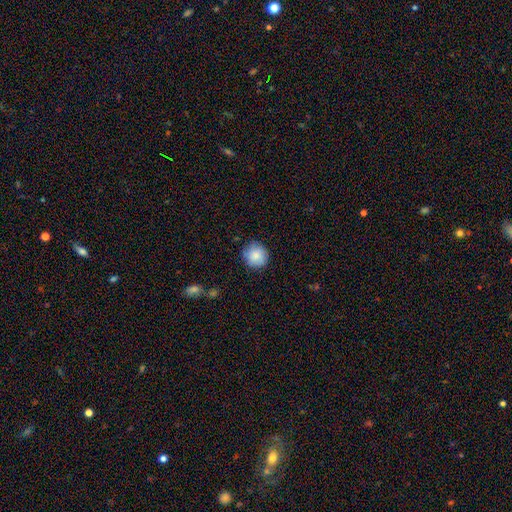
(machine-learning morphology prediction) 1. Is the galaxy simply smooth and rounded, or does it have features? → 84% smooth, 8% featured or disk, 7% star or artifact.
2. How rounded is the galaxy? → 92% round, 7% in between, 1% cigar-shaped.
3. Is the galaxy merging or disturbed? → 84% none, 13% minor disturbance, 3% major disturbance, 1% merger.